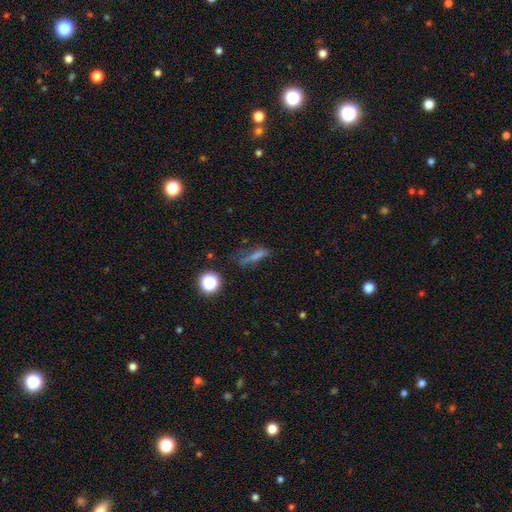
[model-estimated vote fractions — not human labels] A smooth galaxy with no disk features (48%).

Vote fractions:
- Smooth or featured? smooth: 48% / featured or disk: 26% / star or artifact: 26%
- Merging? none: 64% / minor disturbance: 20% / major disturbance: 12% / merger: 4%